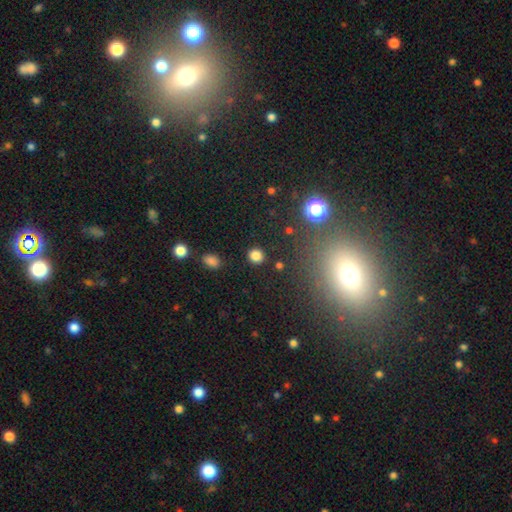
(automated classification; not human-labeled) The model was most divided on "smooth or featured": smooth: 82%, star or artifact: 14%, featured or disk: 4%. More confident: merging — none (89%); how rounded — round (87%).